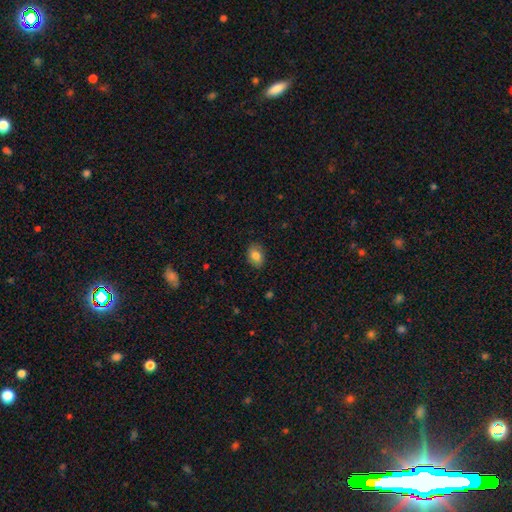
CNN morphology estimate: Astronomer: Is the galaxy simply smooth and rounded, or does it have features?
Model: smooth — 82%.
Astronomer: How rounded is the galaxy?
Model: in between — 79%.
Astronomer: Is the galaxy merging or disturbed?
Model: none — 87%.